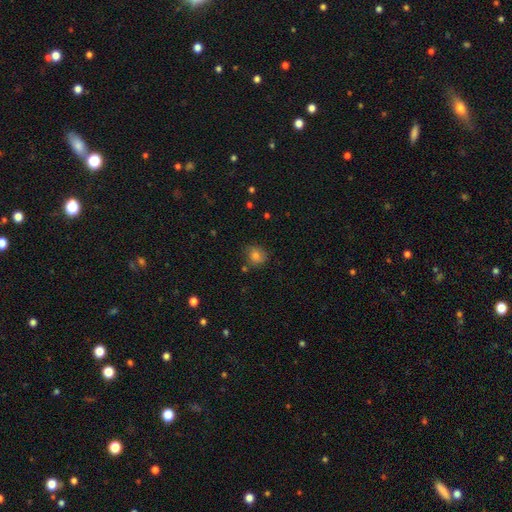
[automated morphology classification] smooth-or-featured: smooth: 79% | star or artifact: 12% | featured or disk: 9%
  how-rounded: round: 80% | in between: 19% | cigar-shaped: 1%
  merging: none: 73% | minor disturbance: 18% | major disturbance: 4% | merger: 4%